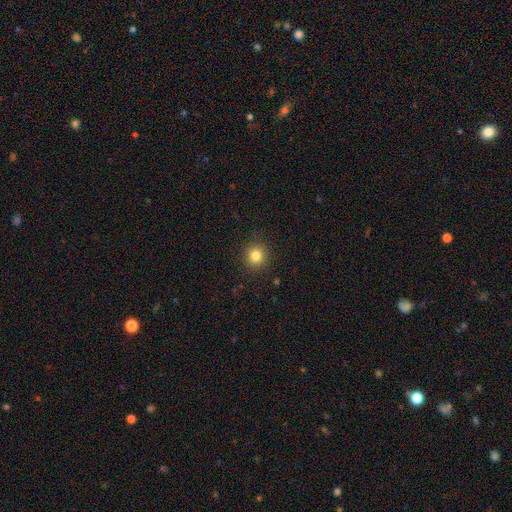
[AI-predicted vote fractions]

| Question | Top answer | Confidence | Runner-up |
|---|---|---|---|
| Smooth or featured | smooth | 83% | star or artifact (12%) |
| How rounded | round | 92% | in between (7%) |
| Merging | none | 91% | minor disturbance (6%) |